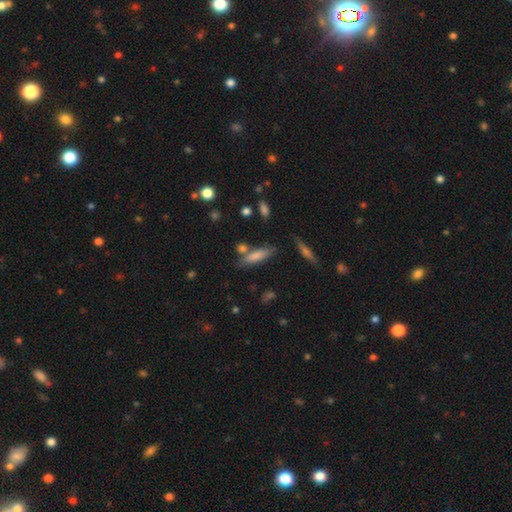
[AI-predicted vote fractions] A smooth galaxy with no disk features (77%) that is cigar-shaped (60%). Merging: none (64%).